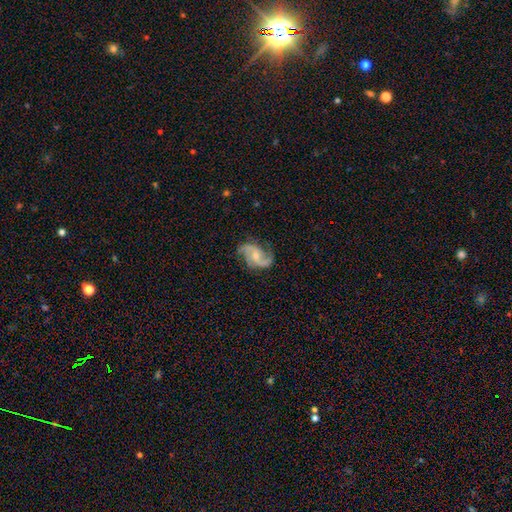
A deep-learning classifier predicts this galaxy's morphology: The model was most divided on "spiral winding": medium: 46%, loose: 41%, tight: 13%. Remaining: edge-on disk — no (98%); spiral arms — yes (97%); smooth or featured — featured or disk (88%); spiral arm count — 2 (81%); merging — none (72%); bulge size — small (51%); bar — no (50%).